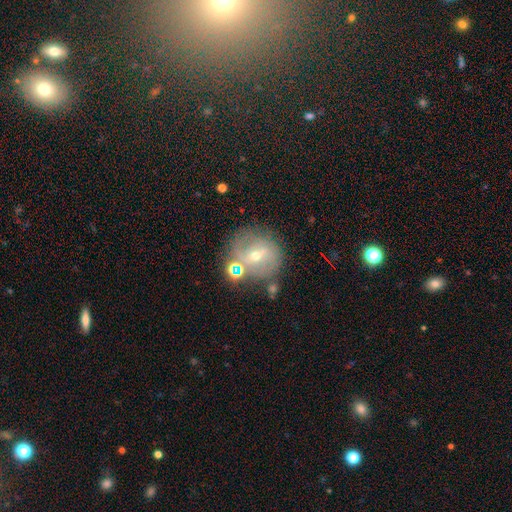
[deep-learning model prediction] Smooth or featured?
  - featured or disk: 60% *
  - smooth: 28%
  - star or artifact: 13%
Edge-on disk?
  - no: 95% *
  - yes: 5%
Bar?
  - weak: 42% *
  - no: 36%
  - strong: 22%
Spiral arms?
  - yes: 63% *
  - no: 37%
Bulge size?
  - small: 52% *
  - moderate: 44%
  - large: 2%
  - none: 1%
  - dominant: 1%
Merging?
  - none: 62% *
  - minor disturbance: 17%
  - merger: 12%
  - major disturbance: 9%